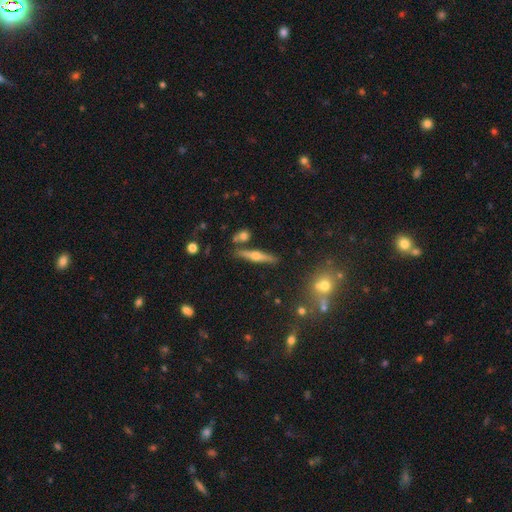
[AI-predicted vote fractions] Q: Smooth or featured?
A: featured or disk (68%); runner-up: smooth (24%)
Q: Edge-on disk?
A: yes (96%); runner-up: no (4%)
Q: Edge-on bulge?
A: rounded (90%); runner-up: boxy (5%)
Q: Merging?
A: none (82%); runner-up: minor disturbance (9%)